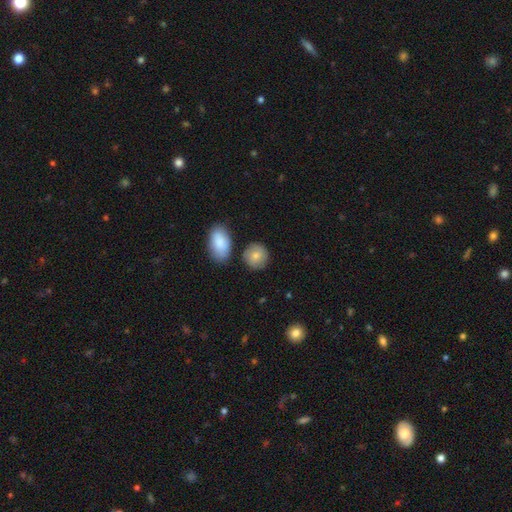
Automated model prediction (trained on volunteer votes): The model was most divided on "how rounded": round: 80%, in between: 18%, cigar-shaped: 1%. More confident: smooth or featured — smooth (80%); merging — none (76%).